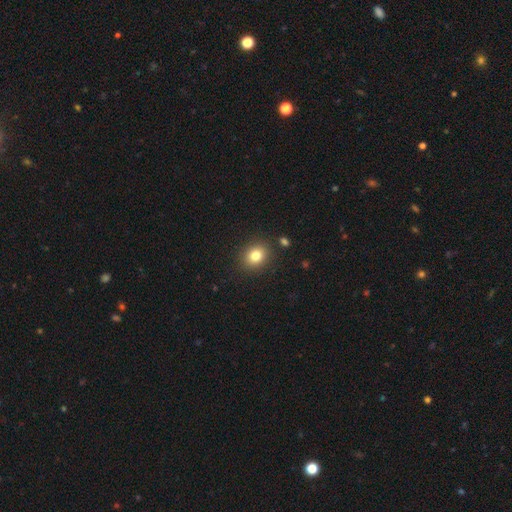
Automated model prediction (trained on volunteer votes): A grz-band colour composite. It shows a smooth galaxy with no disk features (80%) that is round (65%). Merging: none (88%).